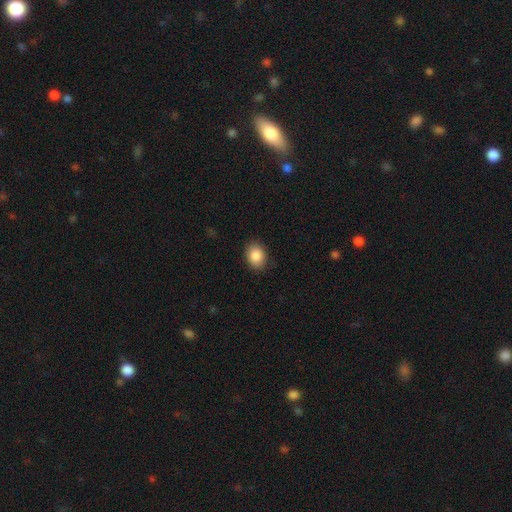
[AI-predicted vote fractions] Overall: smooth (88%). How rounded: in between (61%; round 38%). Merging: none (86%).